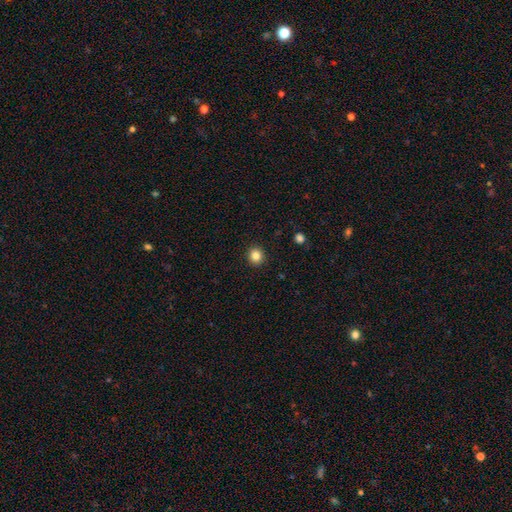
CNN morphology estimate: Smooth or featured? smooth (84%)
How rounded? round (91%)
Merging? none (93%)